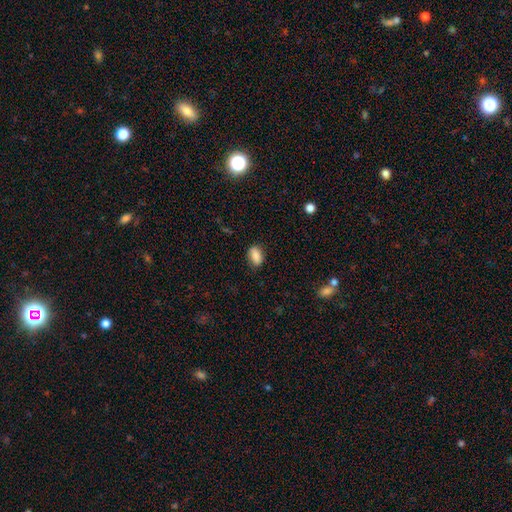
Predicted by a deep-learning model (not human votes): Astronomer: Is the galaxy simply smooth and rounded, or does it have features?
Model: smooth — 86%.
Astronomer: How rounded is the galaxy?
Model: in between — 88%.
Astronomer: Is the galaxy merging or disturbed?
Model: none — 81%.